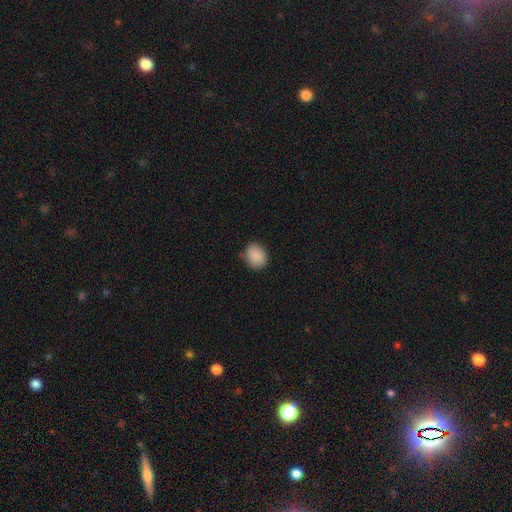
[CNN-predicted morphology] smooth-or-featured: smooth: 89% | star or artifact: 7% | featured or disk: 4%
  how-rounded: round: 51% | in between: 49% | cigar-shaped: 1%
  merging: none: 81% | minor disturbance: 15% | major disturbance: 3% | merger: 1%